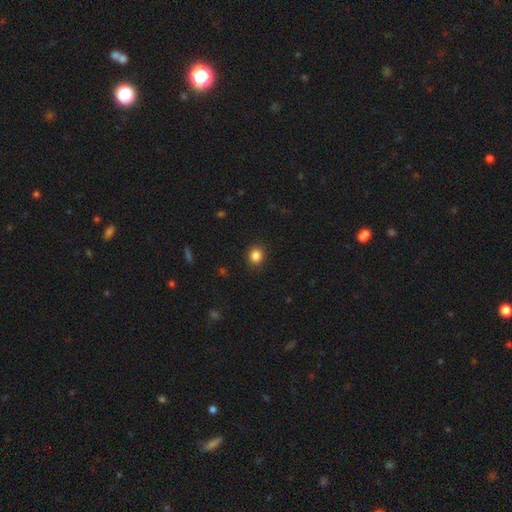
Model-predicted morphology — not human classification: smooth-or-featured: smooth: 85% | star or artifact: 11% | featured or disk: 4%
  how-rounded: round: 76% | in between: 23% | cigar-shaped: 1%
  merging: none: 90% | minor disturbance: 7% | major disturbance: 2% | merger: 1%